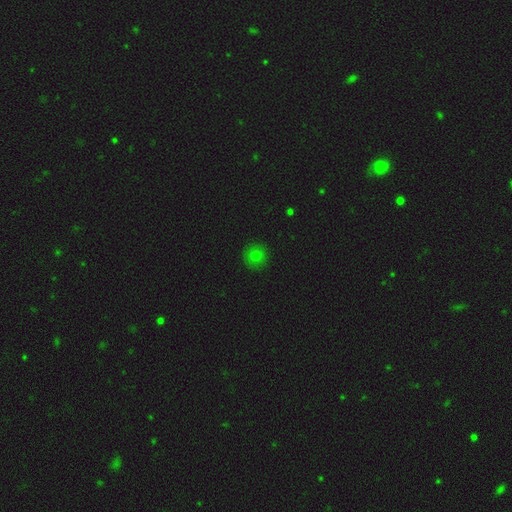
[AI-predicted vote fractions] Smooth or featured: smooth — 74% (star or artifact — 17%)
How rounded: round — 93% (in between — 6%)
Merging: none — 89% (minor disturbance — 7%)